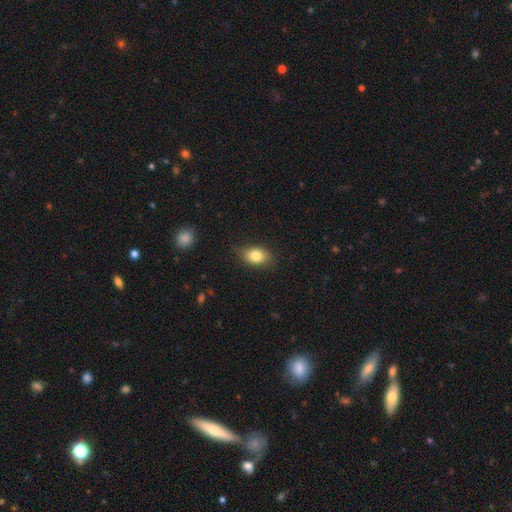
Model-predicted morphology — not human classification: The model was most divided on "merging": none: 77%, minor disturbance: 18%, major disturbance: 4%, merger: 1%. More confident: how rounded — in between (84%); smooth or featured — smooth (82%).